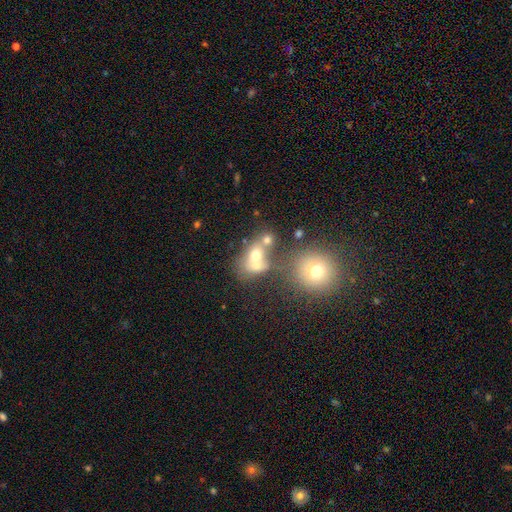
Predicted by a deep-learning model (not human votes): A smooth galaxy with no disk features (59%) that is round (49%). Merging: merger (54%).